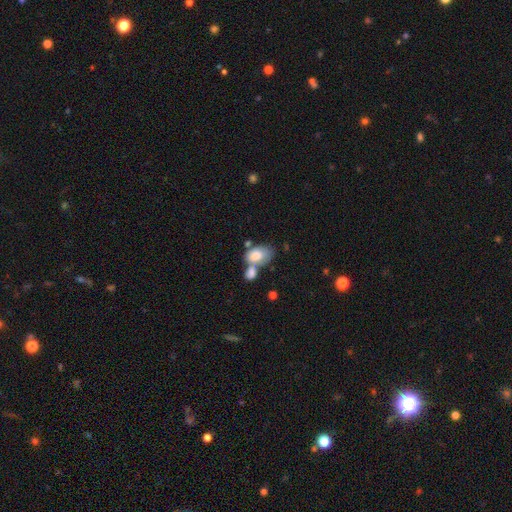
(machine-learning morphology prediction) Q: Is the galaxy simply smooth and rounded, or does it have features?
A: smooth — 74%.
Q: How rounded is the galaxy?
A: in between — 88%.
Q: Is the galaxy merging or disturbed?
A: merger — 55%.